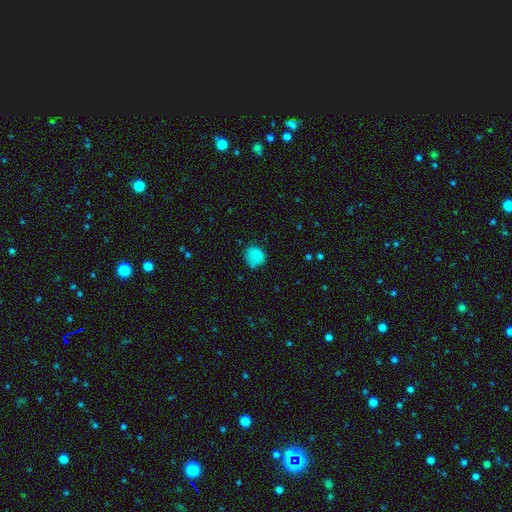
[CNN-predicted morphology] smooth_or_featured: smooth (p=0.84) [alt: star or artifact p=0.10]
how_rounded: round (p=0.78) [alt: in between p=0.21]
merging: none (p=0.69) [alt: minor disturbance p=0.24]